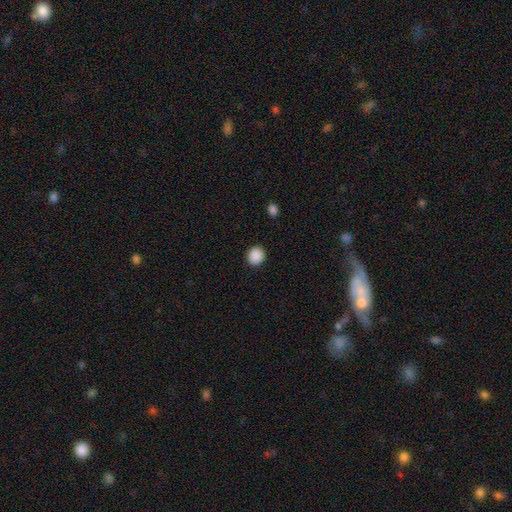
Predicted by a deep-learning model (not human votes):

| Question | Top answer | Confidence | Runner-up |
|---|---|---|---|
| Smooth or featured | smooth | 89% | star or artifact (8%) |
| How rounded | round | 79% | in between (20%) |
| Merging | none | 91% | minor disturbance (6%) |